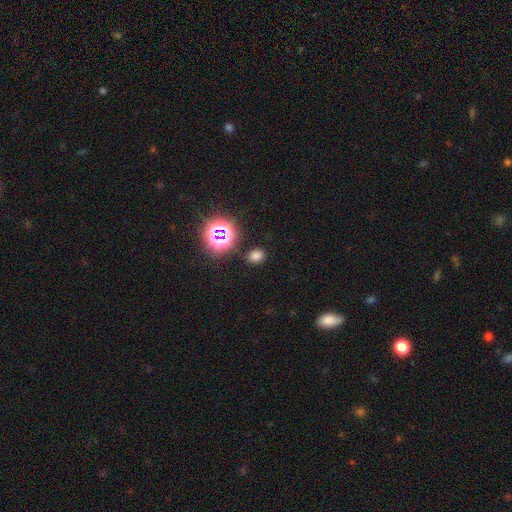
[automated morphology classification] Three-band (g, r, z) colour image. It shows a smooth galaxy with no disk features (69%) that is in between round and cigar-shaped (50%). Merging: none (85%).